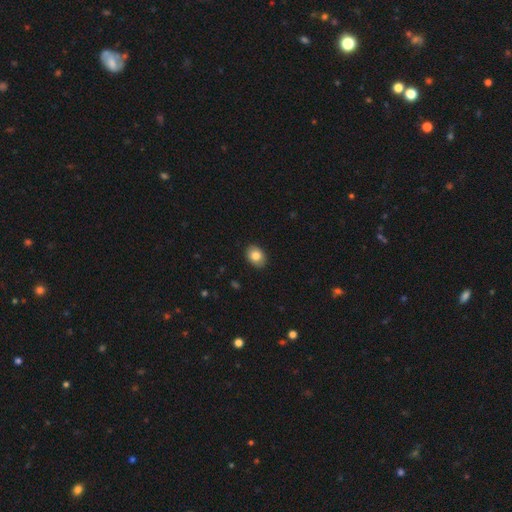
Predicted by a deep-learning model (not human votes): This appears to be a smooth galaxy with no disk features (84%) that is in between round and cigar-shaped (71%). Merging: none (88%).